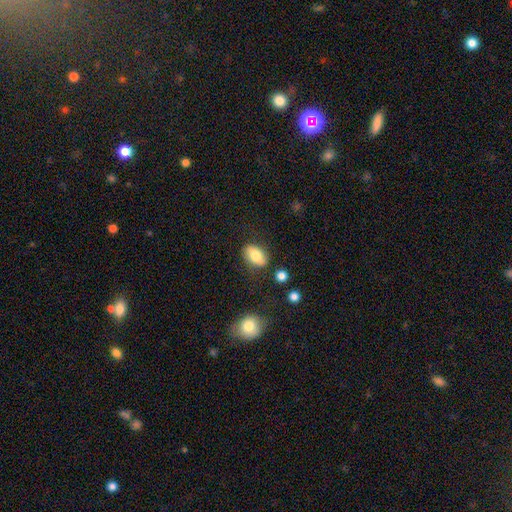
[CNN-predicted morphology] smooth_or_featured: smooth (p=0.73) [alt: featured or disk p=0.19]
how_rounded: in between (p=0.85) [alt: round p=0.12]
merging: none (p=0.77) [alt: minor disturbance p=0.15]